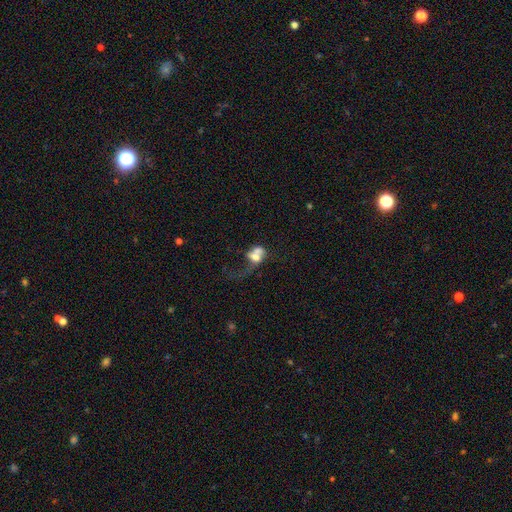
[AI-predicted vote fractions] Overall: smooth (49%; featured or disk 39%). Merging: merger (57%; major disturbance 23%).